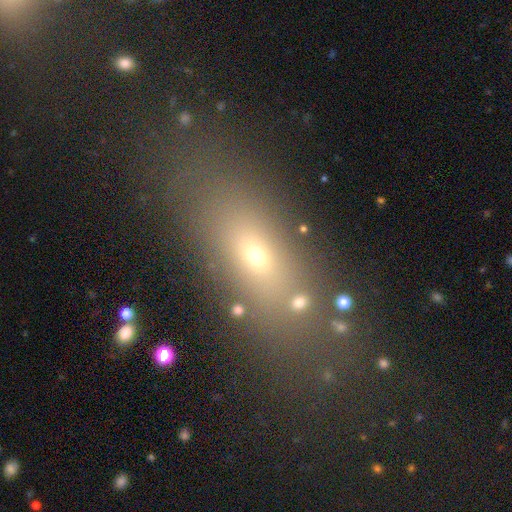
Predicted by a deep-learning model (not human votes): Smooth or featured?
  - smooth: 60% *
  - star or artifact: 21%
  - featured or disk: 19%
How rounded?
  - in between: 65% *
  - cigar-shaped: 24%
  - round: 11%
Merging?
  - none: 71% *
  - minor disturbance: 14%
  - major disturbance: 8%
  - merger: 7%